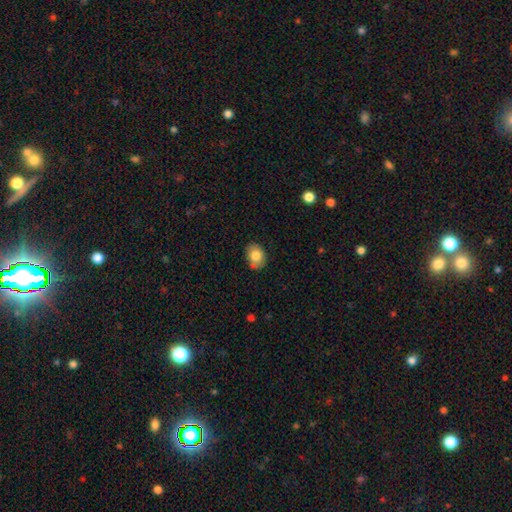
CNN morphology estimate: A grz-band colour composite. It shows a smooth galaxy with no disk features (80%) that is in between round and cigar-shaped (68%). Merging: none (78%).